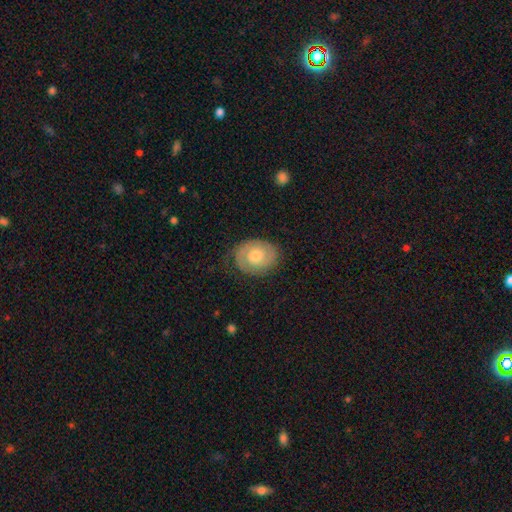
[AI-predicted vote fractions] smooth-or-featured: featured or disk: 67% | smooth: 26% | star or artifact: 6%
  disk-edge-on: no: 97% | yes: 3%
    bar: no: 72% | weak: 24% | strong: 4%
    has-spiral-arms: yes: 87% | no: 13%
      spiral-winding: tight: 63% | medium: 29% | loose: 8%
      spiral-arm-count: 2: 74% | can't tell: 13% | 1: 8% | 3: 2% | 4: 1% | more than 4: 1%
    bulge-size: moderate: 58% | small: 27% | large: 10% | none: 3% | dominant: 2%
  merging: none: 81% | minor disturbance: 13% | major disturbance: 5% | merger: 1%